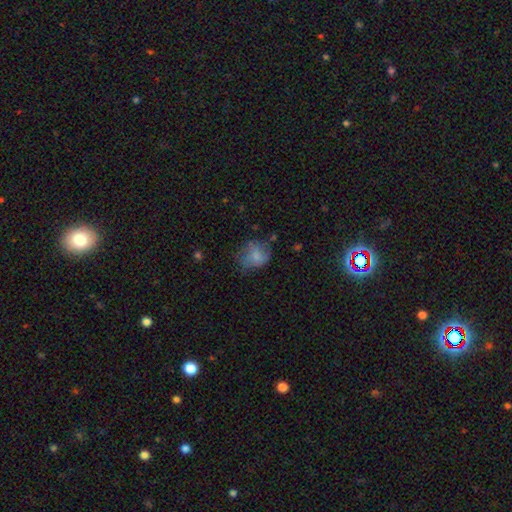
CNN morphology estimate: This appears to be a smooth galaxy with no disk features (63%) that is round (59%). Merging: none (51%).